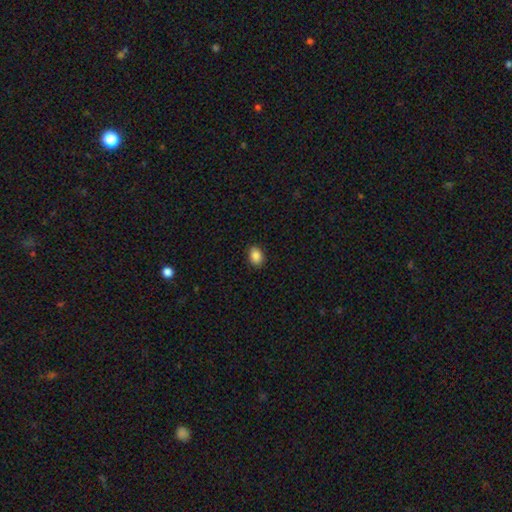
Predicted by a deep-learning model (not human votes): A smooth galaxy with no disk features (87%) that is in between round and cigar-shaped (76%). Merging: none (89%).